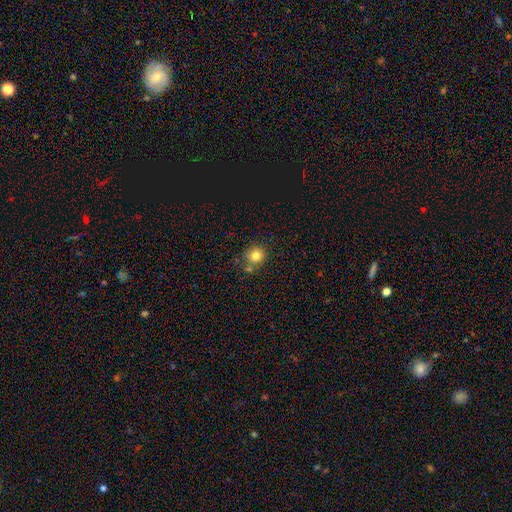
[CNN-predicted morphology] Smooth or featured? Predicted: smooth (p=0.79). How rounded? Predicted: round (p=0.88). Merging? Predicted: none (p=0.69).